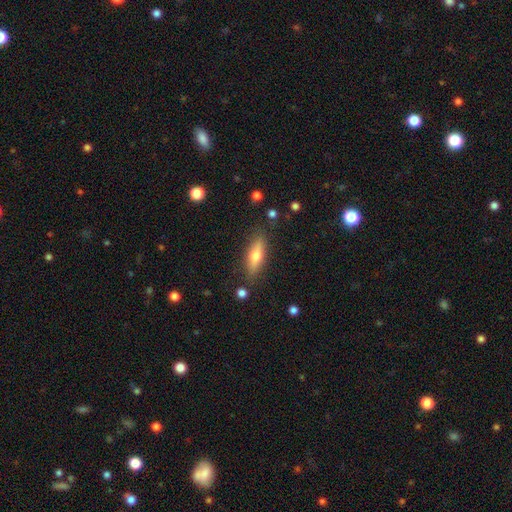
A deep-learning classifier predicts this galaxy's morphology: Smooth or featured? Predicted: smooth (p=0.56). How rounded? Predicted: cigar-shaped (p=0.52). Merging? Predicted: none (p=0.84).